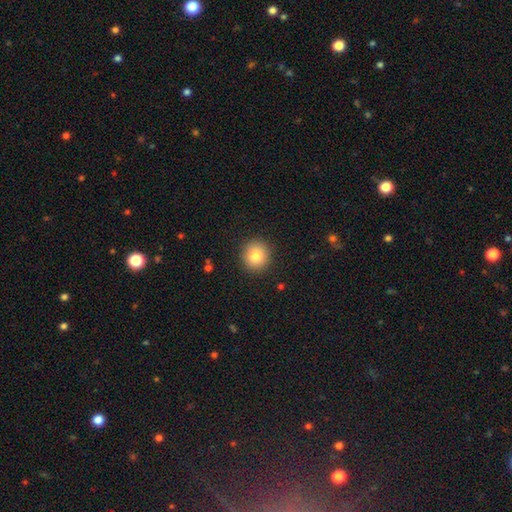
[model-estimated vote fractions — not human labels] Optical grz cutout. It shows a smooth galaxy with no disk features (82%) that is round (90%). Merging: none (91%).